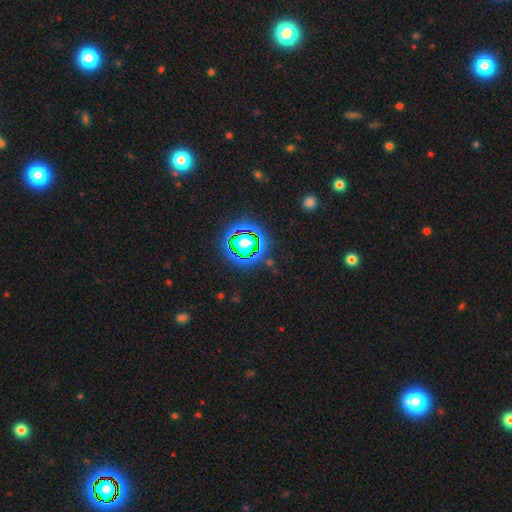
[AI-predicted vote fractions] The model was most divided on "smooth or featured": star or artifact: 80%, smooth: 12%, featured or disk: 8%.